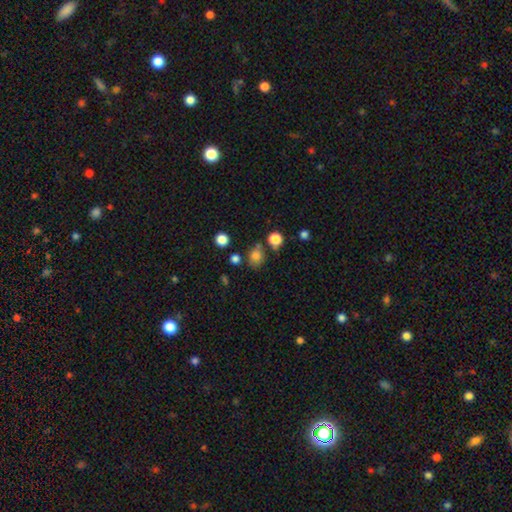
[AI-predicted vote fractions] A smooth galaxy with no disk features (77%) that is round (68%).

Vote fractions:
- Smooth or featured? smooth: 77% / star or artifact: 15% / featured or disk: 8%
- How rounded? round: 68% / in between: 31% / cigar-shaped: 1%
- Merging? none: 69% / minor disturbance: 15% / merger: 11% / major disturbance: 5%